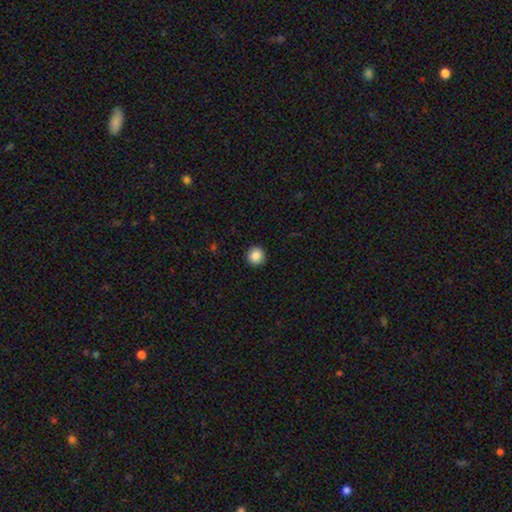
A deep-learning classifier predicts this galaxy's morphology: The model was most divided on "smooth or featured": smooth: 88%, star or artifact: 9%, featured or disk: 3%. More confident: how rounded — round (94%); merging — none (92%).